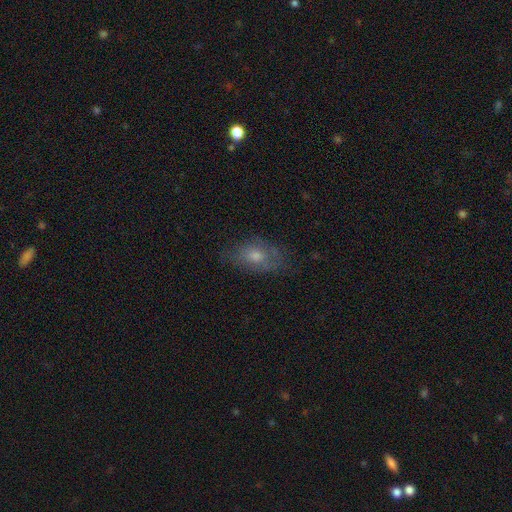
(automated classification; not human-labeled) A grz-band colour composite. It shows a smooth galaxy with no disk features (56%) that is in between round and cigar-shaped (84%). Merging: none (68%).